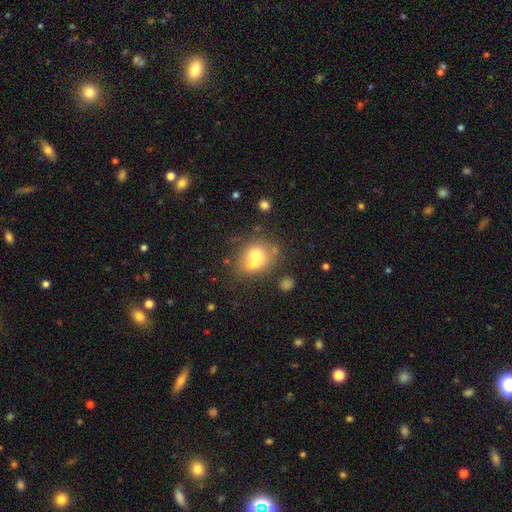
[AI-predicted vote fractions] smooth_or_featured: smooth (p=0.64) [alt: featured or disk p=0.25]
how_rounded: round (p=0.67) [alt: in between p=0.32]
merging: merger (p=0.53) [alt: none p=0.33]